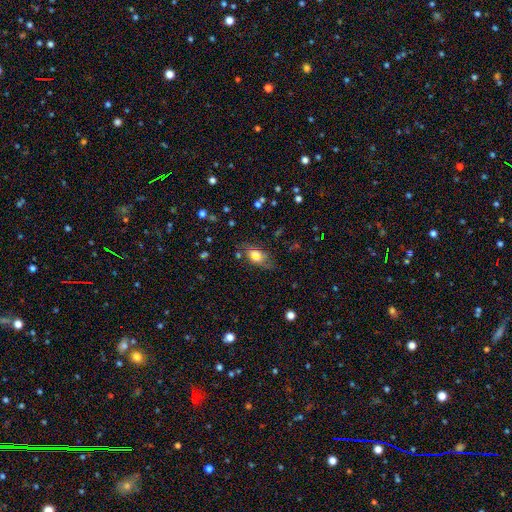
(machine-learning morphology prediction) This is possibly a smooth galaxy (58%). How rounded: likely in between (78%). Merging: likely none (67%).